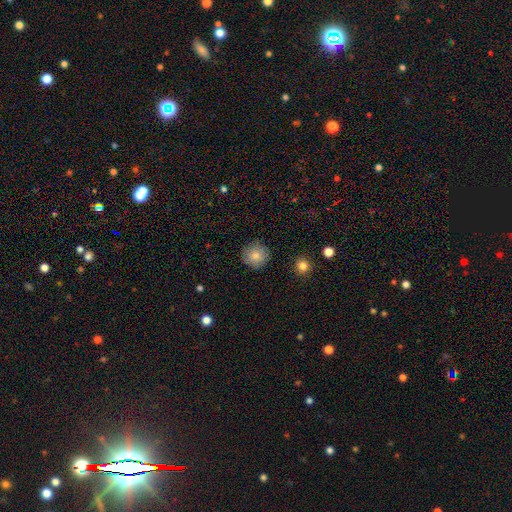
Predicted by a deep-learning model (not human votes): smooth-or-featured: smooth: 83% | featured or disk: 9% | star or artifact: 8%
  how-rounded: round: 94% | in between: 5% | cigar-shaped: 1%
  merging: none: 87% | minor disturbance: 9% | major disturbance: 2% | merger: 1%